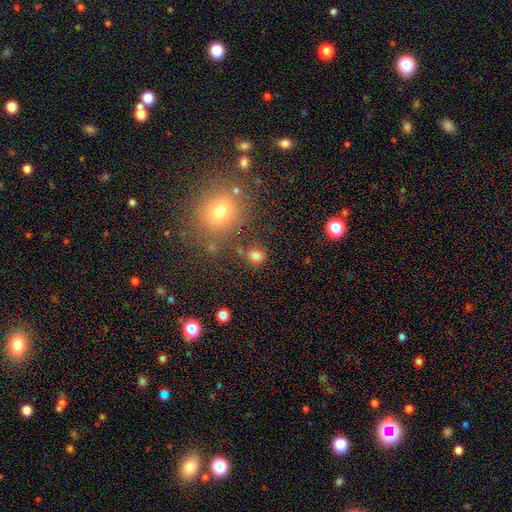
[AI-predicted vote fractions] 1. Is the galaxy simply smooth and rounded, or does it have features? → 79% smooth, 15% star or artifact, 6% featured or disk.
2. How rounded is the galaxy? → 80% round, 19% in between, 1% cigar-shaped.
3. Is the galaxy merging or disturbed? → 75% none, 11% minor disturbance, 9% merger, 5% major disturbance.